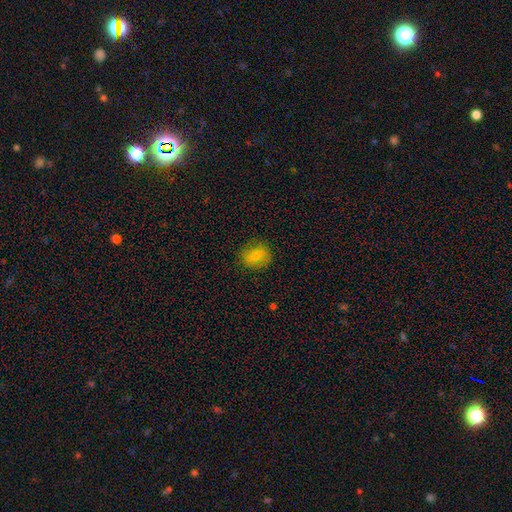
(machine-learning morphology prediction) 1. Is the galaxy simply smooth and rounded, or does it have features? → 79% smooth, 12% featured or disk, 9% star or artifact.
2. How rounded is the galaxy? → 64% round, 35% in between, 1% cigar-shaped.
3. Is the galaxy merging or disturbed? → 82% none, 13% minor disturbance, 4% major disturbance, 1% merger.